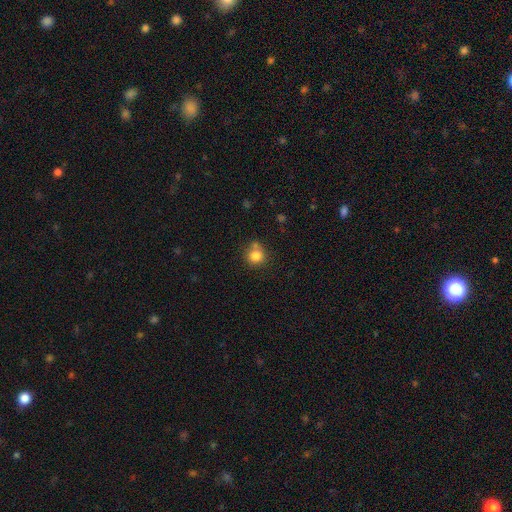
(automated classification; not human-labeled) Smooth or featured? Predicted: smooth (p=0.82). How rounded? Predicted: round (p=0.89). Merging? Predicted: none (p=0.64).